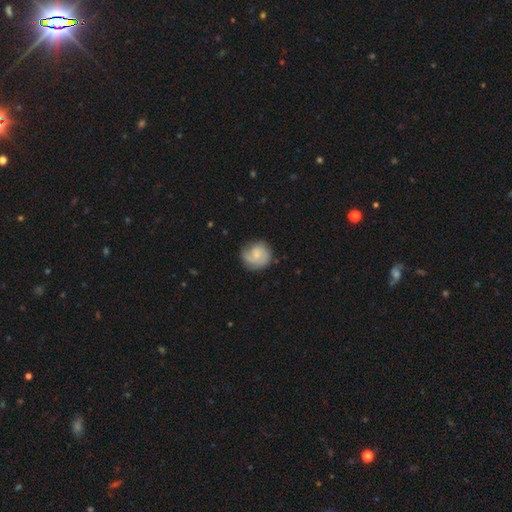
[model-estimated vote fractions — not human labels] A smooth galaxy with no disk features (49%). Merging: none (66%).